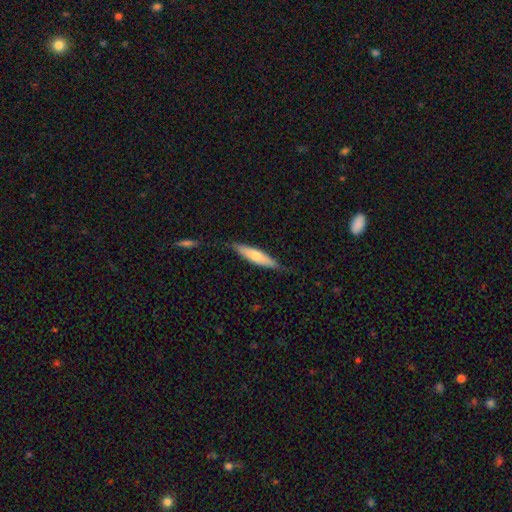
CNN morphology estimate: smooth 59%, featured or disk 36%, star or artifact 5%. Down the decision tree: how rounded — cigar-shaped (78%); merging — none (77%).